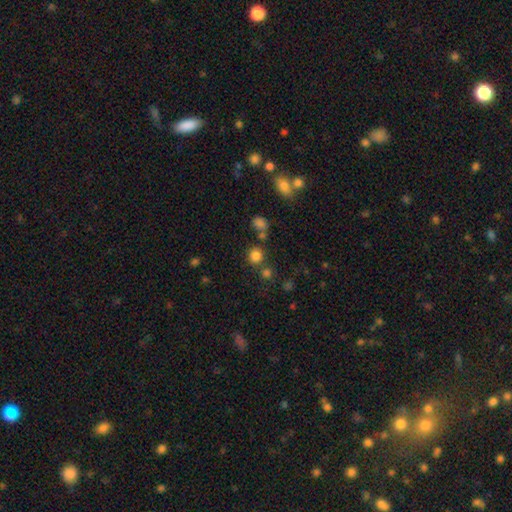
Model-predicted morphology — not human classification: The model was most divided on "merging": none: 73%, merger: 15%, minor disturbance: 9%, major disturbance: 4%. More confident: how rounded — round (88%); smooth or featured — smooth (79%).